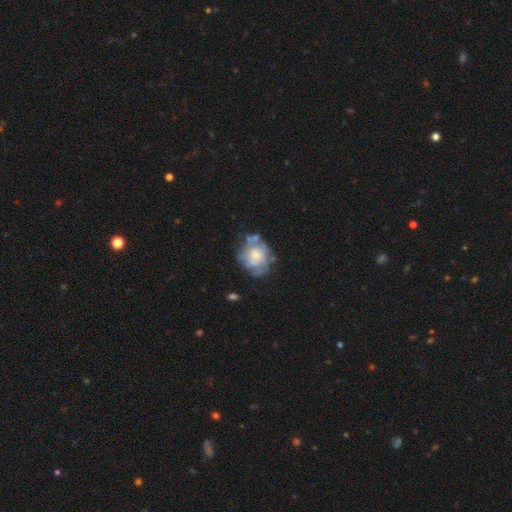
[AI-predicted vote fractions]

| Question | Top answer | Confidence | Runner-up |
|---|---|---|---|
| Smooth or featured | featured or disk | 60% | smooth (33%) |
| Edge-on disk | no | 97% | yes (3%) |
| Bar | no | 85% | weak (13%) |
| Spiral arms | no | 53% | yes (47%) |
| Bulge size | small | 51% | moderate (39%) |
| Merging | none | 51% | minor disturbance (25%) |